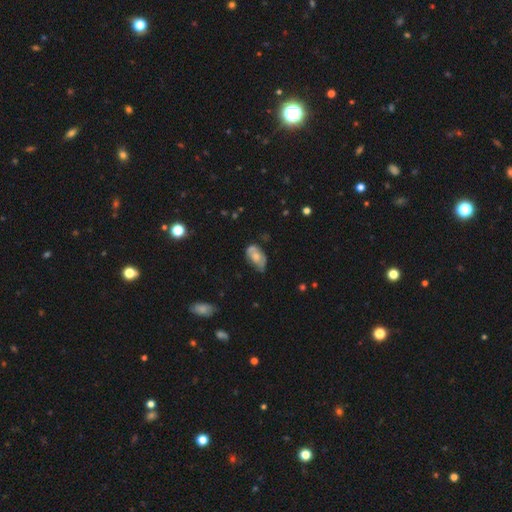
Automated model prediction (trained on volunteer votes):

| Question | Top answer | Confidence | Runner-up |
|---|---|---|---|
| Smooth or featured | smooth | 50% | featured or disk (43%) |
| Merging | none | 45% | minor disturbance (37%) |